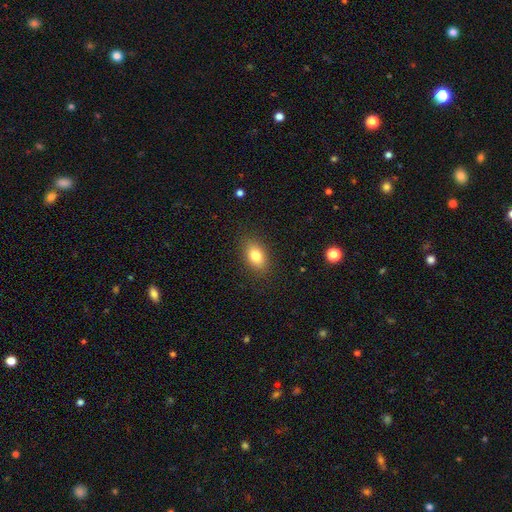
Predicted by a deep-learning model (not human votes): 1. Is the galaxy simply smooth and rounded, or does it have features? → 81% smooth, 10% featured or disk, 9% star or artifact.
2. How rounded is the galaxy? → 85% in between, 12% round, 2% cigar-shaped.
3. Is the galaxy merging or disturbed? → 87% none, 9% minor disturbance, 3% major disturbance, 1% merger.